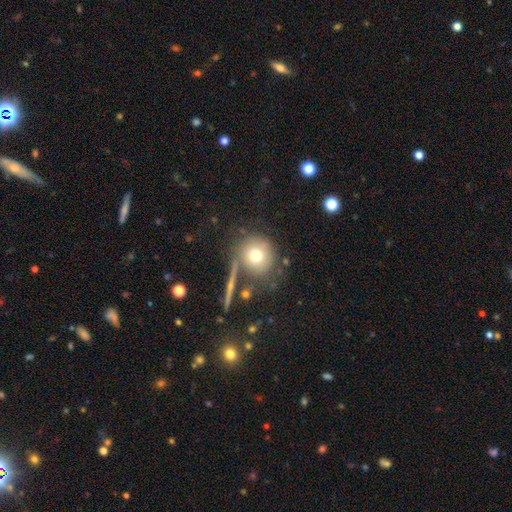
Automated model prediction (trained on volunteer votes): This appears to be a smooth galaxy with no disk features (70%) that is round (91%). Merging: none (70%).